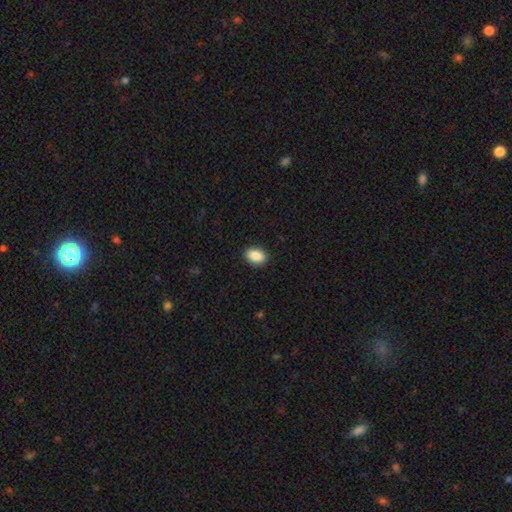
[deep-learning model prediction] A smooth galaxy with no disk features (89%) that is in between round and cigar-shaped (85%).

Vote fractions:
- Smooth or featured? smooth: 89% / star or artifact: 7% / featured or disk: 3%
- How rounded? in between: 85% / round: 14% / cigar-shaped: 1%
- Merging? none: 89% / minor disturbance: 8% / major disturbance: 2% / merger: 1%